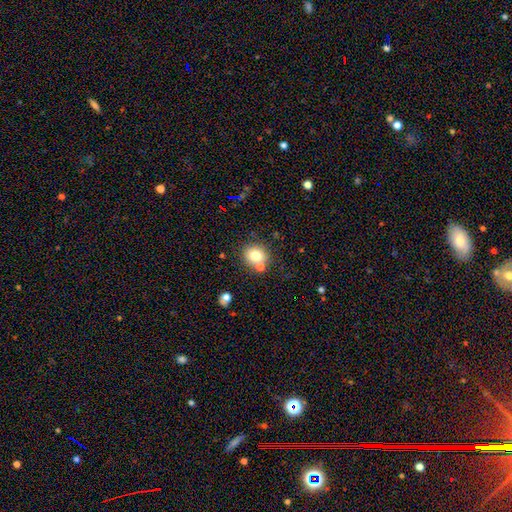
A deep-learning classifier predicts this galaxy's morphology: Smooth or featured? smooth (77%)
How rounded? round (87%)
Merging? none (71%)